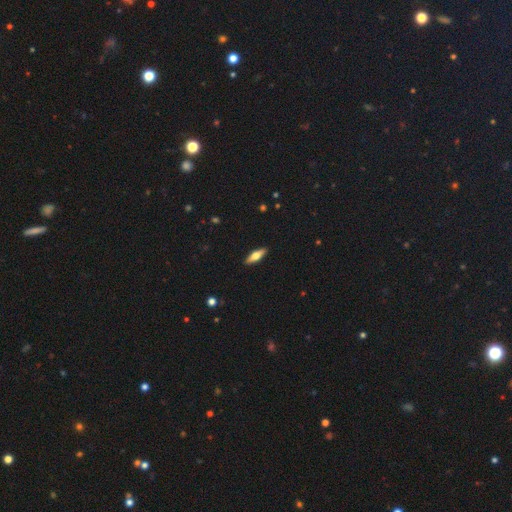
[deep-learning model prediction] The model was most divided on "how rounded": cigar-shaped: 49%, in between: 48%, round: 2%. More confident: merging — none (90%); smooth or featured — smooth (54%).